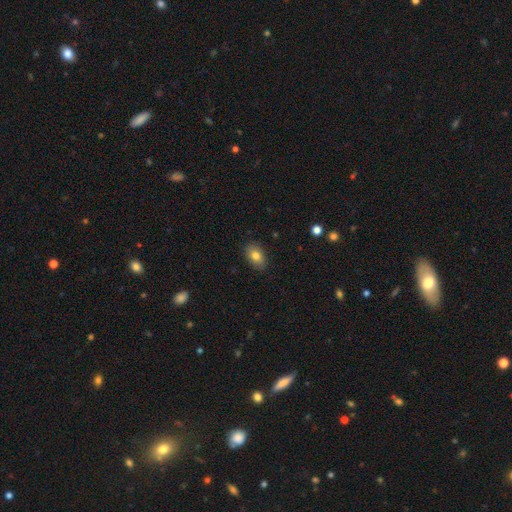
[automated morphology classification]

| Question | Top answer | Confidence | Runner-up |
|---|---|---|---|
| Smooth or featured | smooth | 80% | featured or disk (11%) |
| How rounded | in between | 86% | round (12%) |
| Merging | none | 87% | minor disturbance (10%) |